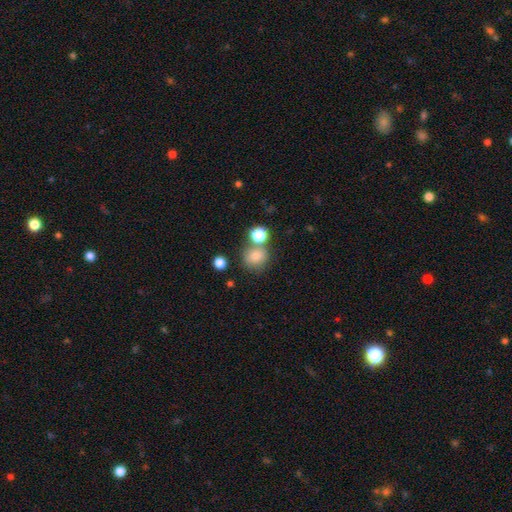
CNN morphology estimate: Smooth or featured: smooth — 80% (star or artifact — 12%)
How rounded: round — 82% (in between — 17%)
Merging: none — 63% (merger — 22%)